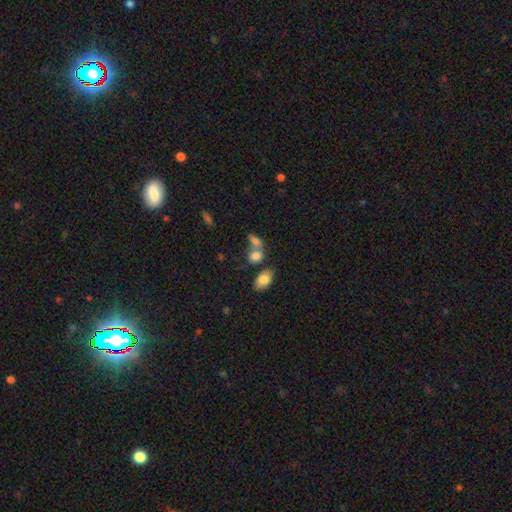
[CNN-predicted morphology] smooth 81%, featured or disk 10%, star or artifact 9%. Down the decision tree: how rounded — in between (78%); merging — none (46%).